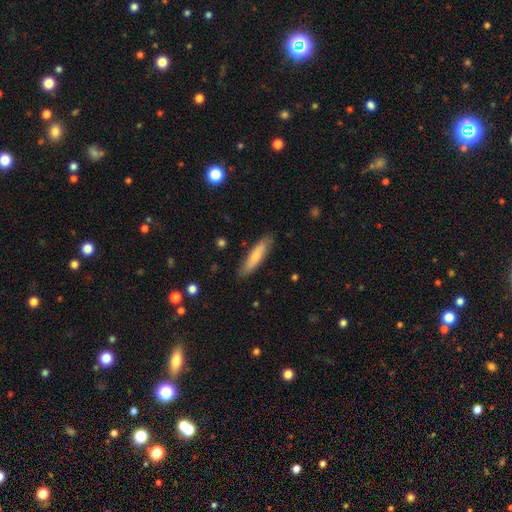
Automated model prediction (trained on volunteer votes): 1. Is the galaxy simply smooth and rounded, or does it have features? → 71% smooth, 24% featured or disk, 6% star or artifact.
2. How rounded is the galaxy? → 75% cigar-shaped, 24% in between, 2% round.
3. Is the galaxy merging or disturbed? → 84% none, 13% minor disturbance, 2% major disturbance, 1% merger.